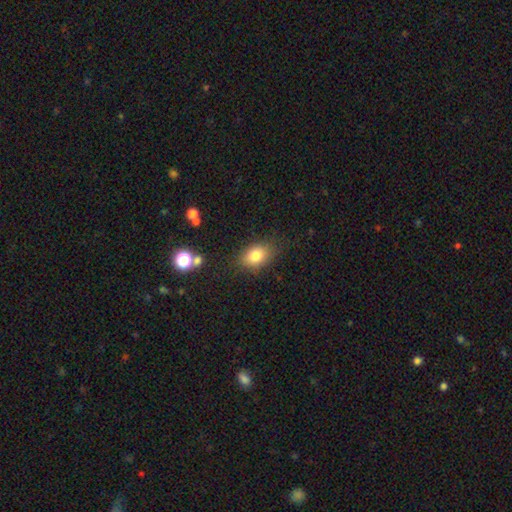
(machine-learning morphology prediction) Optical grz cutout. It shows a smooth galaxy with no disk features (81%) that is in between round and cigar-shaped (81%). Merging: none (79%).